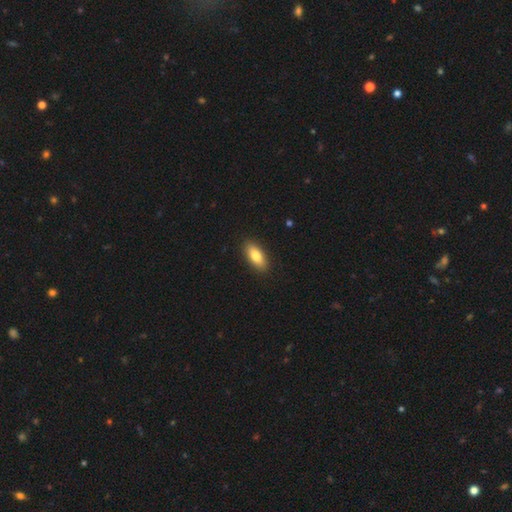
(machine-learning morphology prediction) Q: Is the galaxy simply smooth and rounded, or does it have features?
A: smooth — 82%.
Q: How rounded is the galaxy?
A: in between — 82%.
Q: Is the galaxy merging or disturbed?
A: none — 90%.